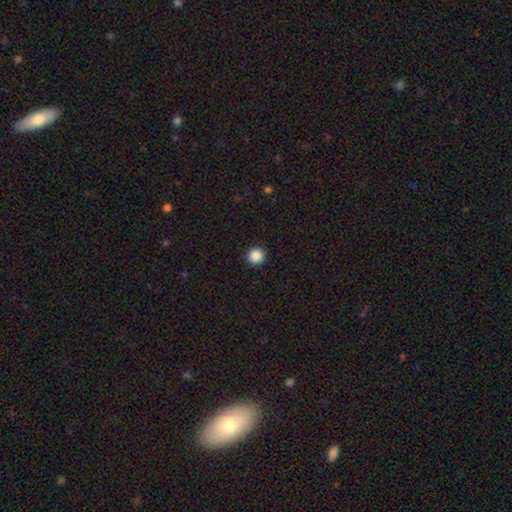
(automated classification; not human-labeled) This is clearly a smooth galaxy (88%). How rounded: clearly round (95%). Merging: clearly none (93%).